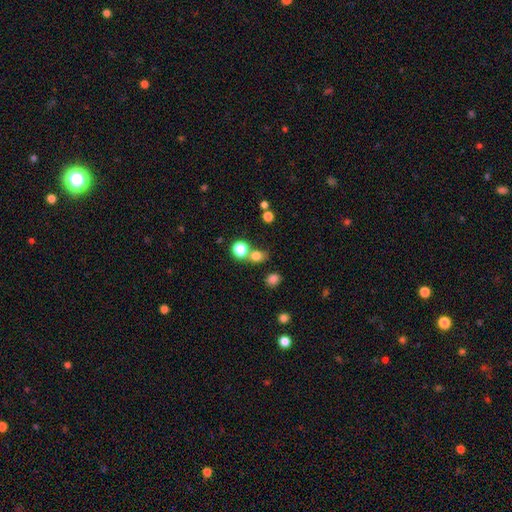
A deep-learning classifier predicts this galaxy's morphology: This is likely a smooth galaxy (75%). How rounded: likely round (67%). Merging: possibly none (58%).